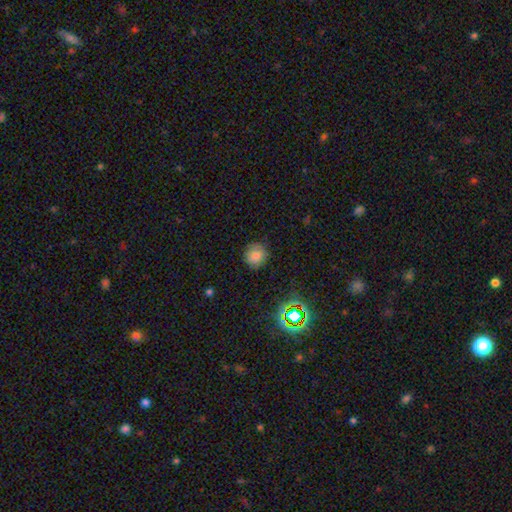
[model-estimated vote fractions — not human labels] Overall: smooth (80%). How rounded: round (89%). Merging: none (84%).